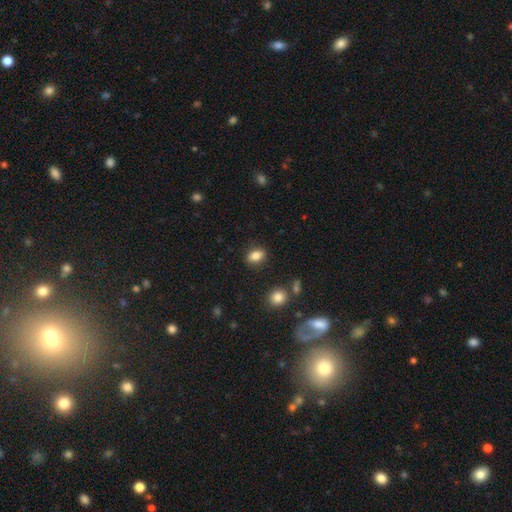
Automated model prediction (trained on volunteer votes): The model was most divided on "how rounded": in between: 80%, round: 18%, cigar-shaped: 2%. More confident: merging — none (86%); smooth or featured — smooth (85%).